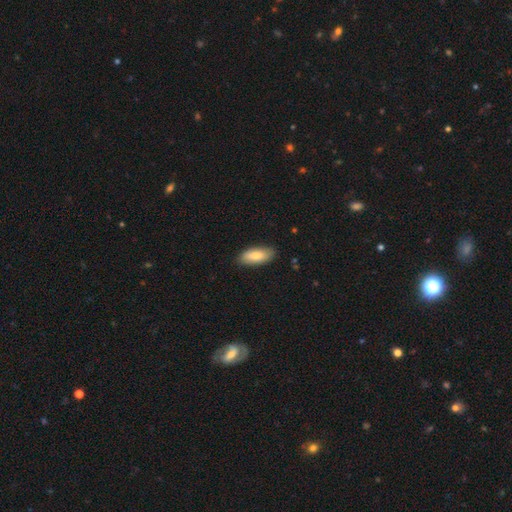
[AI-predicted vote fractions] smooth_or_featured: smooth (p=0.81) [alt: featured or disk p=0.14]
how_rounded: in between (p=0.79) [alt: cigar-shaped p=0.19]
merging: none (p=0.85) [alt: minor disturbance p=0.12]